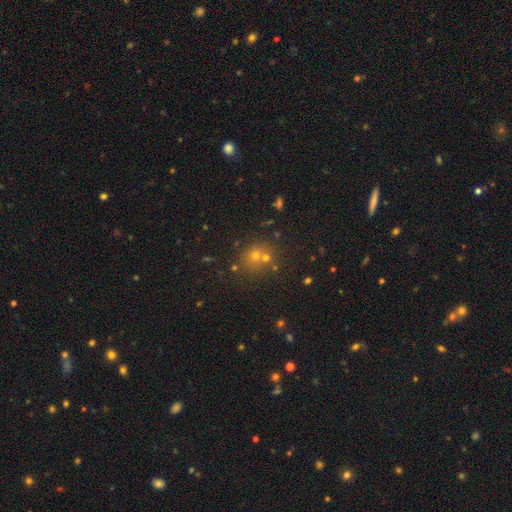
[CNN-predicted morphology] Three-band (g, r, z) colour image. It shows a smooth galaxy with no disk features (53%) that is round (83%). Merging: none (59%).